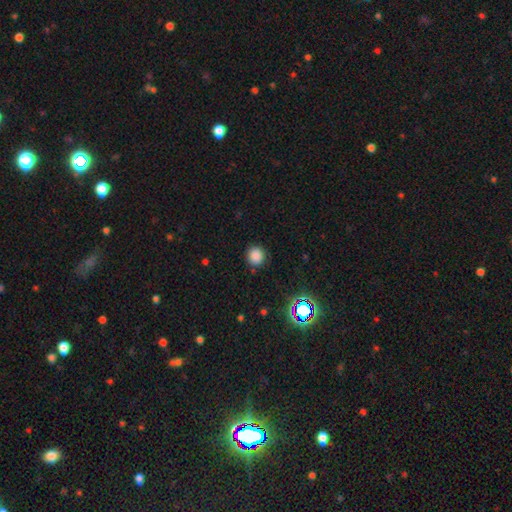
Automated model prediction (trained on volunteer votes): Smooth or featured? Predicted: smooth (p=0.82). How rounded? Predicted: round (p=0.91). Merging? Predicted: none (p=0.89).